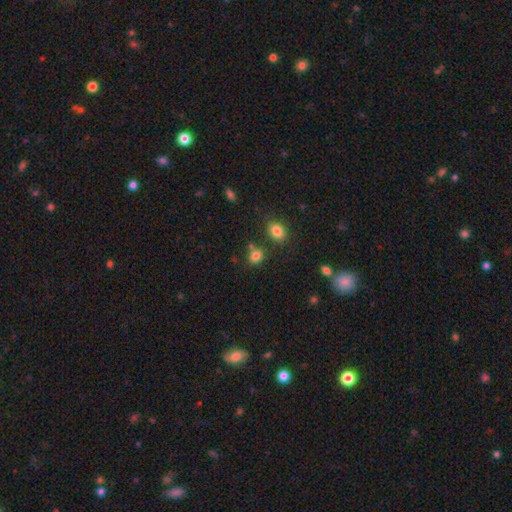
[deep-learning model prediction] This appears to be a smooth galaxy with no disk features (81%) that is in between round and cigar-shaped (50%). Merging: none (66%).